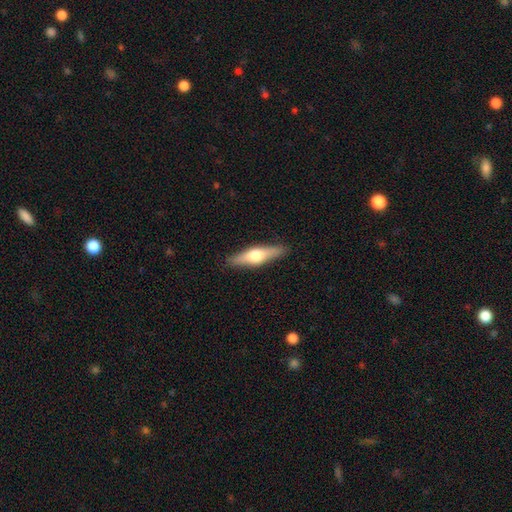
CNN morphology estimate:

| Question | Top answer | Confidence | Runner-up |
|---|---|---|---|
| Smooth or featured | featured or disk | 49% | smooth (46%) |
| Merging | none | 88% | minor disturbance (9%) |